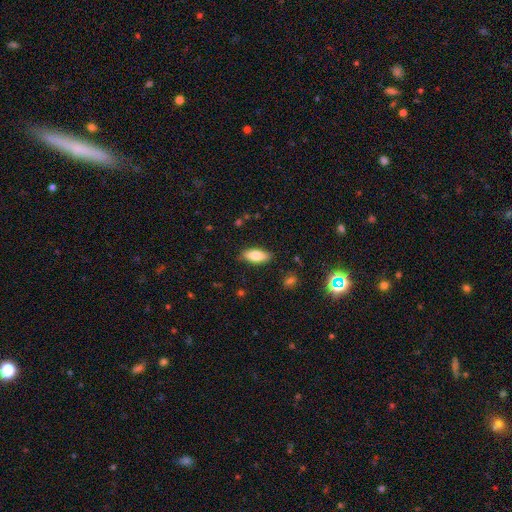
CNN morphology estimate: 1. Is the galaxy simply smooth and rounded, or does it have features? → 78% smooth, 15% featured or disk, 7% star or artifact.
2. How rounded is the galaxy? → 82% in between, 15% cigar-shaped, 2% round.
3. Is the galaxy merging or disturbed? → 85% none, 12% minor disturbance, 2% major disturbance, 1% merger.